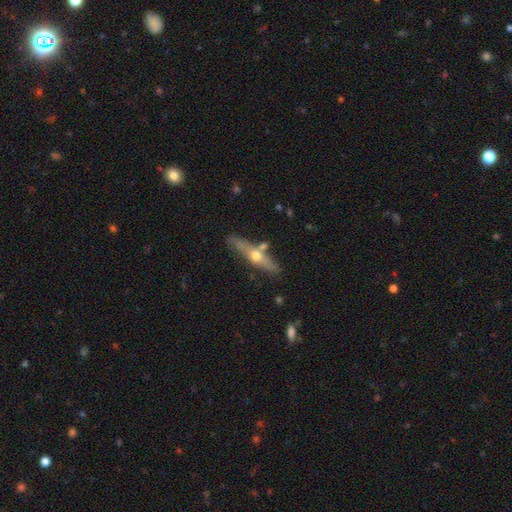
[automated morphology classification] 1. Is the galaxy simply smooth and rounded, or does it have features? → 54% featured or disk, 40% smooth, 6% star or artifact.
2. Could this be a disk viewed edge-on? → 82% yes, 18% no.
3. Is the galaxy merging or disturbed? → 70% none, 14% minor disturbance, 12% merger, 4% major disturbance.